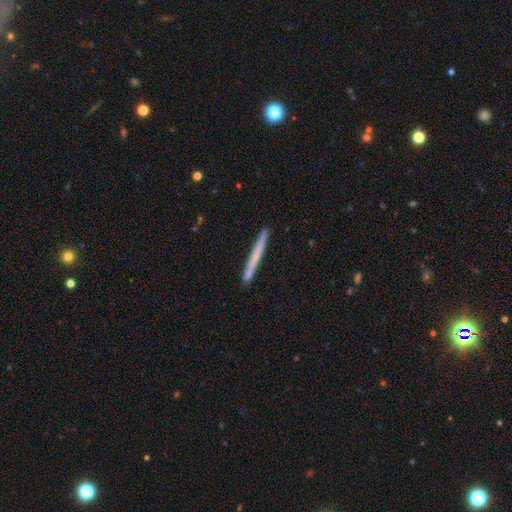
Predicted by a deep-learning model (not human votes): Overall: smooth (60%; featured or disk 34%). How rounded: cigar-shaped (97%). Merging: none (87%).